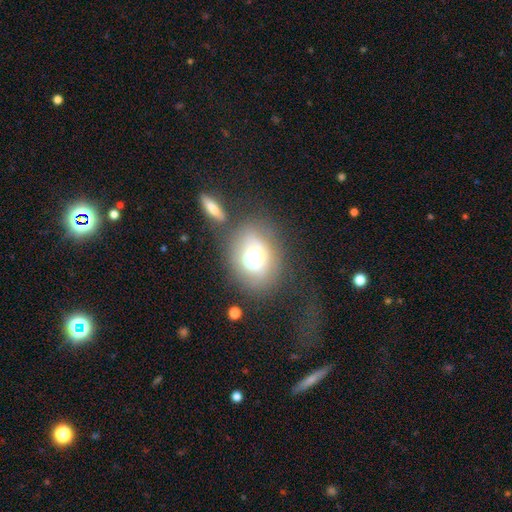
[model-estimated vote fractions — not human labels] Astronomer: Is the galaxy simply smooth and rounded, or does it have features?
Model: smooth — 54%.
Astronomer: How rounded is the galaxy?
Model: round — 50% (runner-up: in between, 48%).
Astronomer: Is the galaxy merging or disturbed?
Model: none — 52%.